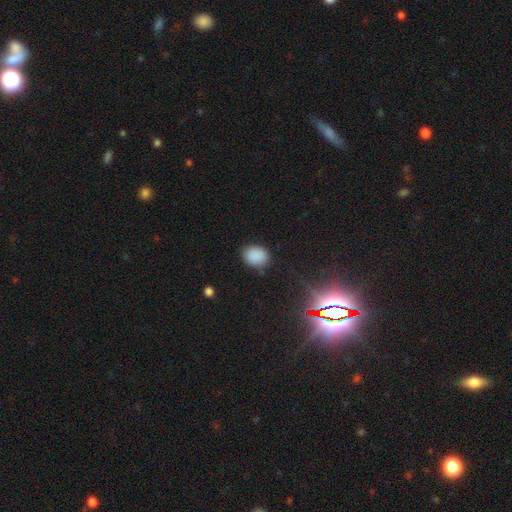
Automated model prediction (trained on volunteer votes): This is clearly a smooth galaxy (85%). How rounded: possibly round (54%). Merging: clearly none (84%).